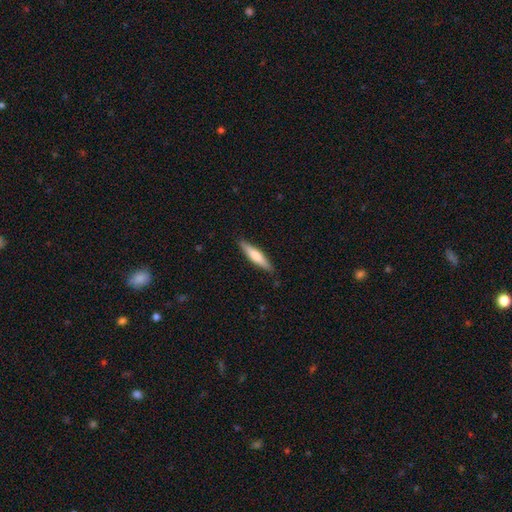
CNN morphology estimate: A smooth galaxy with no disk features (63%) that is cigar-shaped (84%). Merging: none (88%).